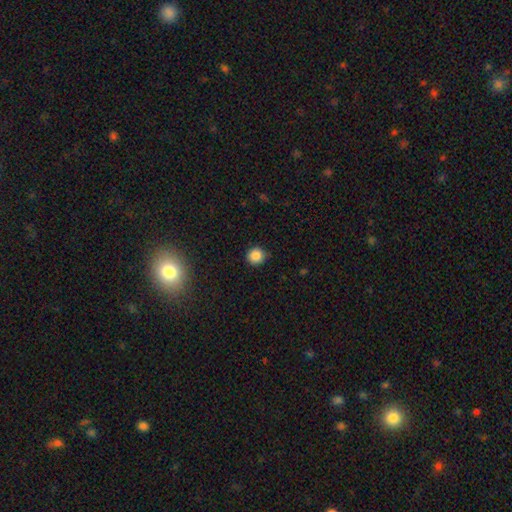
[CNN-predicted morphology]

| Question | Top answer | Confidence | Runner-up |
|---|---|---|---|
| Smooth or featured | smooth | 86% | star or artifact (11%) |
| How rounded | round | 93% | in between (6%) |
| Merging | none | 88% | minor disturbance (9%) |